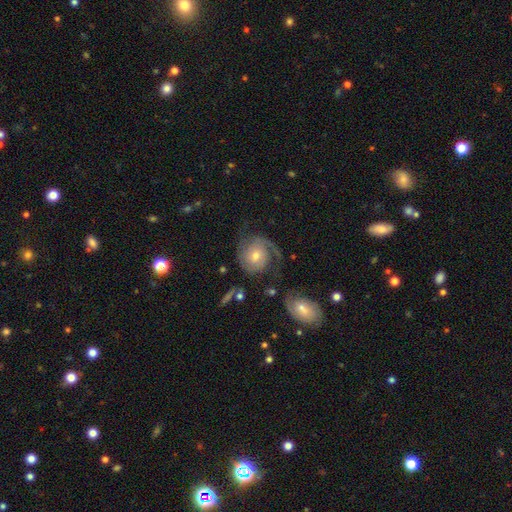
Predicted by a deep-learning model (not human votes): This is likely a featured or disk galaxy (79%). It is clearly not viewed edge-on (97%). Bar: likely no (71%). Spiral arm pattern: clearly yes (95%). Spiral arm count: possibly 2 (57%). Spiral winding: marginally tight (43%). Central bulge: possibly moderate (56%). Merging: possibly none (60%).